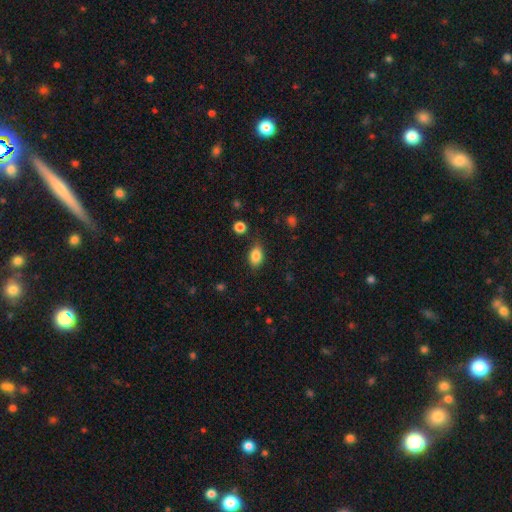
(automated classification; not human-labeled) Smooth or featured: smooth — 84% (star or artifact — 9%)
How rounded: in between — 84% (round — 14%)
Merging: none — 77% (minor disturbance — 16%)